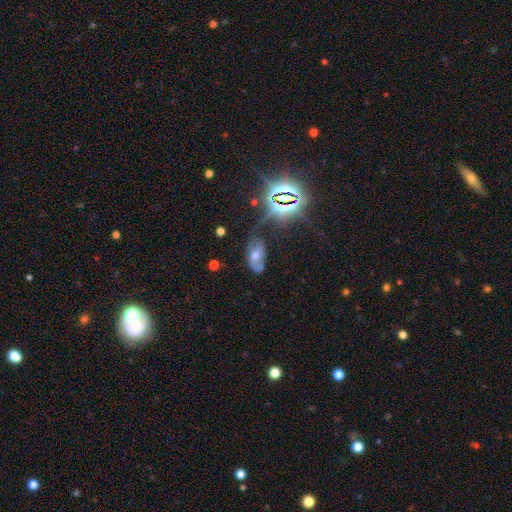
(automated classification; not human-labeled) A featured or disk galaxy (38%). Merging: none (48%).